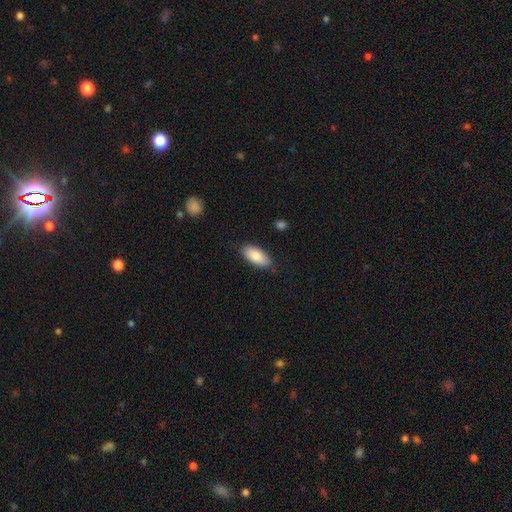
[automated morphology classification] smooth 84%, featured or disk 10%, star or artifact 6%. Down the decision tree: how rounded — in between (91%); merging — none (84%).